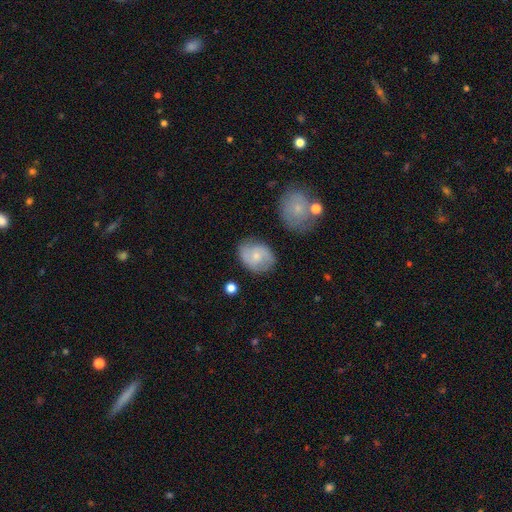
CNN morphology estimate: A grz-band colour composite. It shows a featured or disk galaxy (51%). Merging: none (74%).